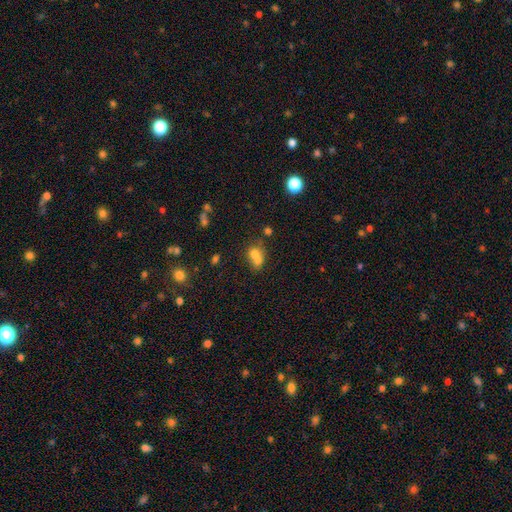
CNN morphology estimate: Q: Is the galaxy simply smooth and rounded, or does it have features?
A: smooth — 66%.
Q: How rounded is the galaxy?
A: round — 61%.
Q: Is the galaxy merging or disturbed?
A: merger — 65%.